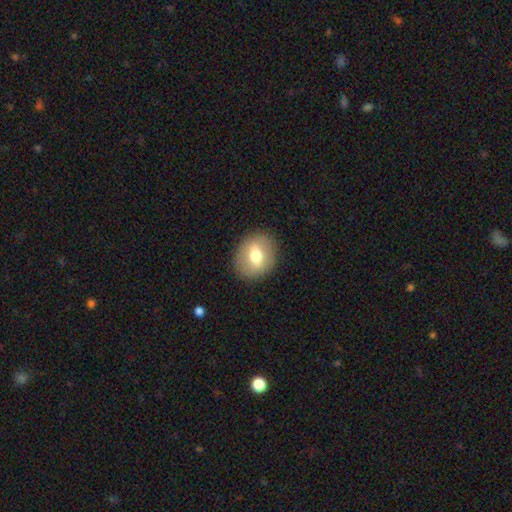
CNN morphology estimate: smooth 63%, featured or disk 28%, star or artifact 8%. Down the decision tree: how rounded — round (60%); merging — none (87%).